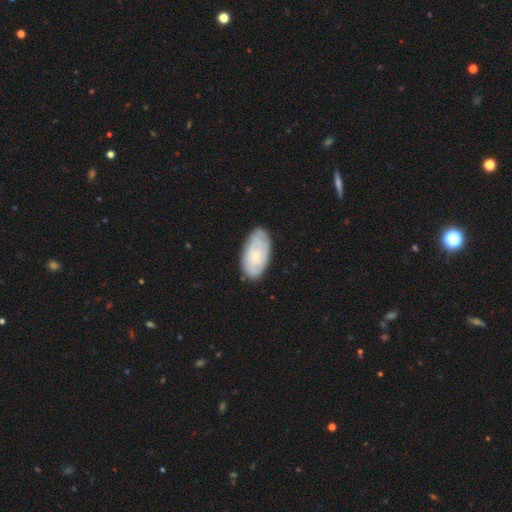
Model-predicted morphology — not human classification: Smooth or featured: featured or disk — 49% (smooth — 45%)
Merging: none — 79% (minor disturbance — 16%)